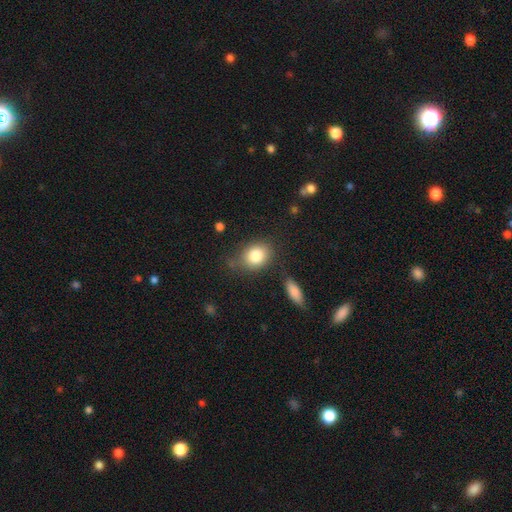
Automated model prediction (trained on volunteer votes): A smooth galaxy with no disk features (81%) that is in between round and cigar-shaped (51%).

Vote fractions:
- Smooth or featured? smooth: 81% / featured or disk: 10% / star or artifact: 9%
- How rounded? in between: 51% / round: 48% / cigar-shaped: 1%
- Merging? none: 71% / minor disturbance: 18% / merger: 6% / major disturbance: 5%